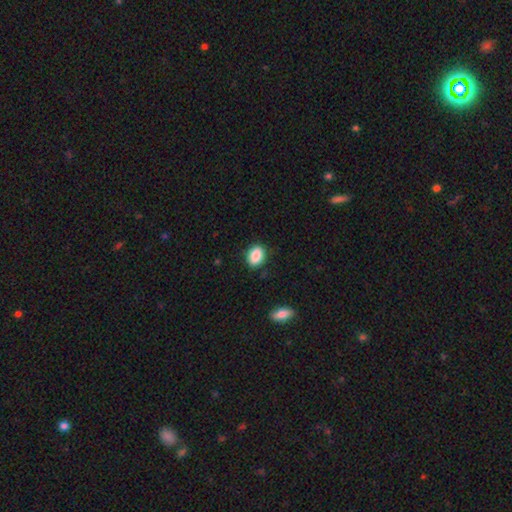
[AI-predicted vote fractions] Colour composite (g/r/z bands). It shows a smooth galaxy with no disk features (88%) that is in between round and cigar-shaped (72%). Merging: none (86%).